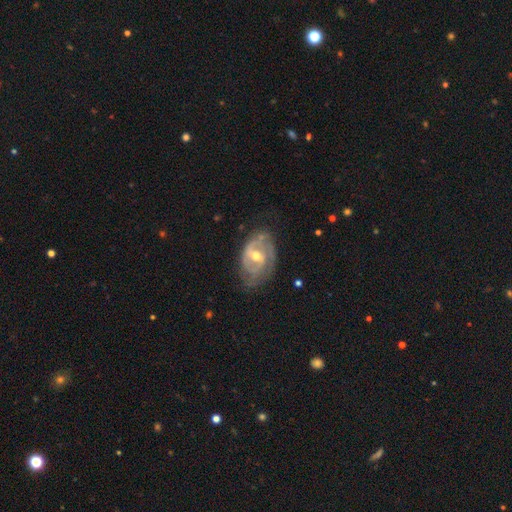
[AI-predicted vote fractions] featured or disk 85%, smooth 10%, star or artifact 5%. Down the decision tree: edge-on disk — no (96%); bar — weak (47%); spiral arms — yes (90%); spiral arm count — 2 (60%); spiral winding — tight (51%); bulge size — moderate (70%); merging — none (65%).